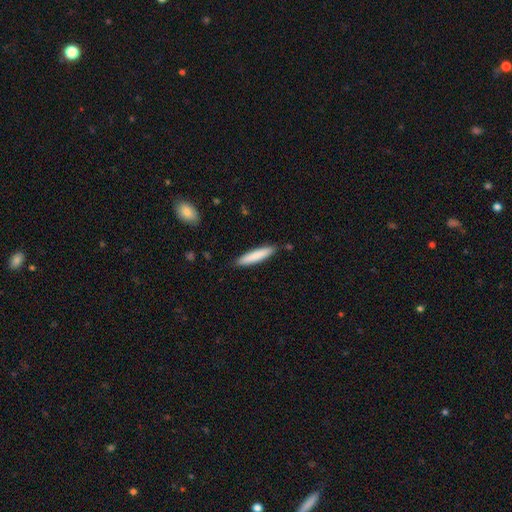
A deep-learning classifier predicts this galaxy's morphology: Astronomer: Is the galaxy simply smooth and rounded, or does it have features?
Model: smooth — 82%.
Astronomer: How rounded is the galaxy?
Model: cigar-shaped — 89%.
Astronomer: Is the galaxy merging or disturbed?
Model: none — 88%.